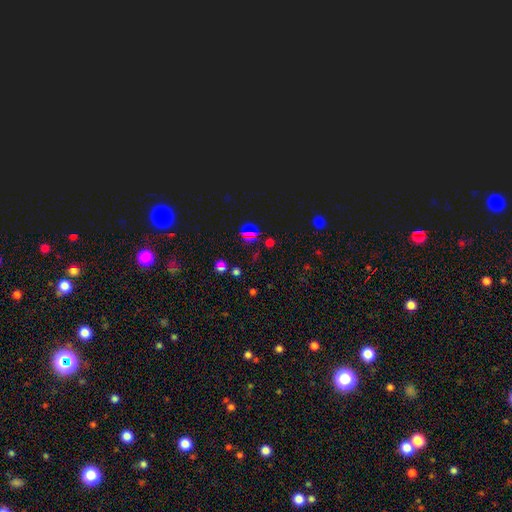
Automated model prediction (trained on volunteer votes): Smooth or featured: star or artifact — 65% (smooth — 26%)